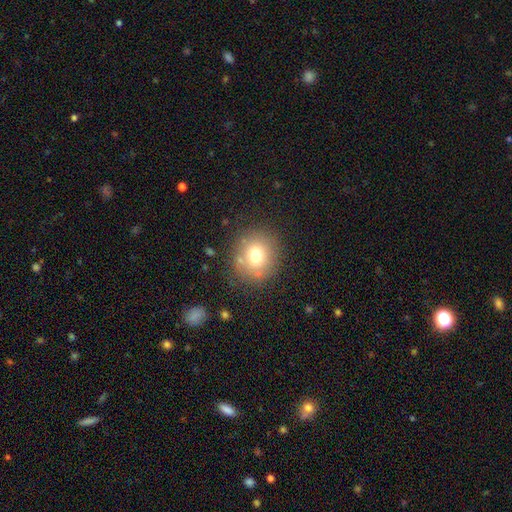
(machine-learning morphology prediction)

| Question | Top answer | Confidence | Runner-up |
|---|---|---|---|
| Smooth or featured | smooth | 73% | featured or disk (14%) |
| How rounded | round | 84% | in between (15%) |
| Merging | none | 81% | minor disturbance (11%) |